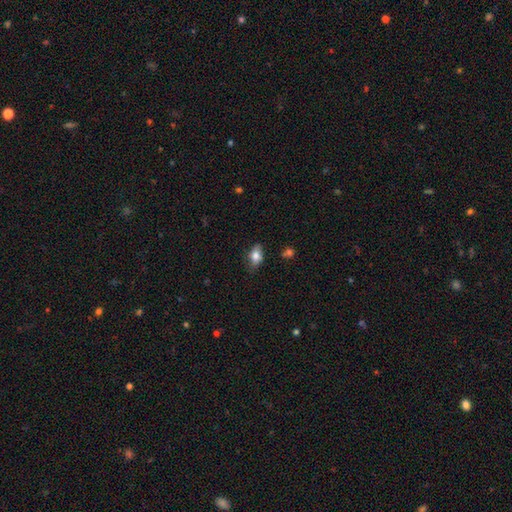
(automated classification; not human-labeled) A smooth galaxy with no disk features (75%) that is in between round and cigar-shaped (84%).

Vote fractions:
- Smooth or featured? smooth: 75% / featured or disk: 17% / star or artifact: 8%
- How rounded? in between: 84% / round: 12% / cigar-shaped: 5%
- Merging? none: 67% / minor disturbance: 25% / major disturbance: 5% / merger: 3%